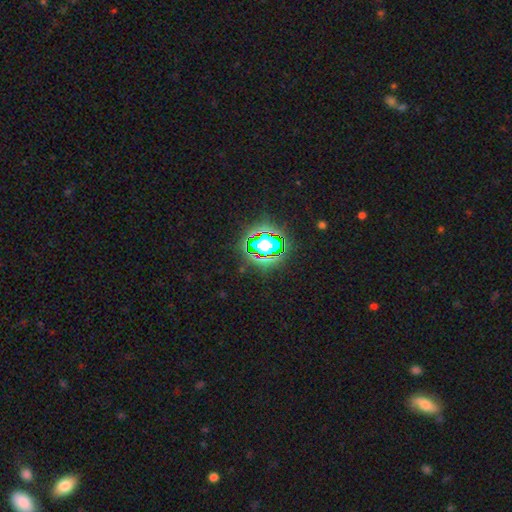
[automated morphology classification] type=star or artifact (68%).